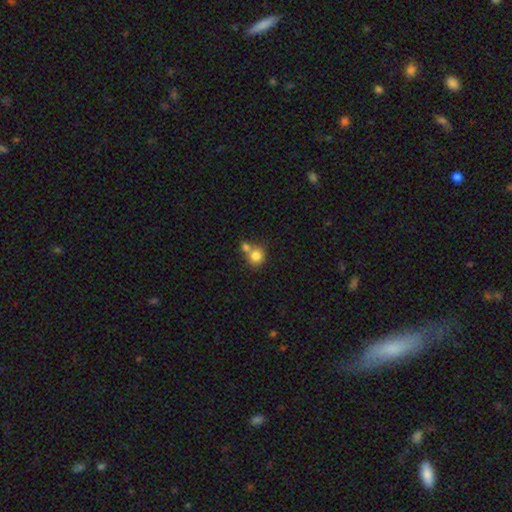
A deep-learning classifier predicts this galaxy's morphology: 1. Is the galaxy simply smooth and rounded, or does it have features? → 82% smooth, 10% star or artifact, 8% featured or disk.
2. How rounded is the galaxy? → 83% round, 16% in between, 1% cigar-shaped.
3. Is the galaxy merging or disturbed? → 45% none, 43% merger, 9% minor disturbance, 3% major disturbance.